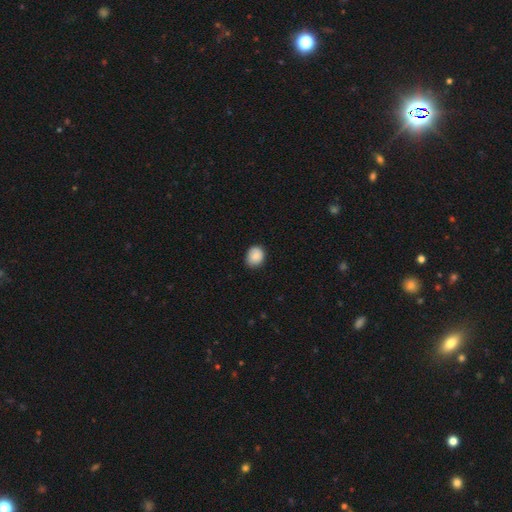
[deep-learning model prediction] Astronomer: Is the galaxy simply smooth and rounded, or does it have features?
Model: smooth — 85%.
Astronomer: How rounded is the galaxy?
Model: round — 60% (runner-up: in between, 39%).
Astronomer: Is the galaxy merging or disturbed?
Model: none — 78%.